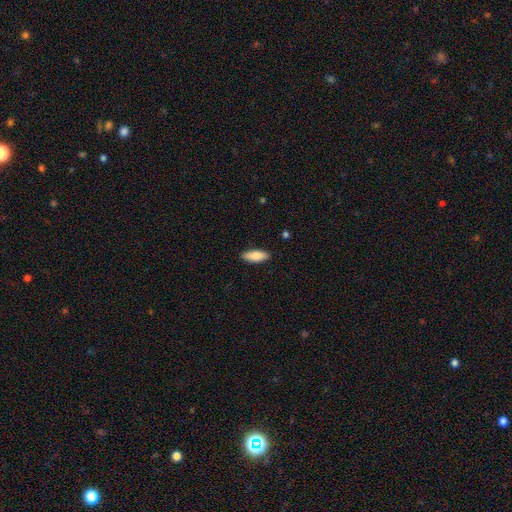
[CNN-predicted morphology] A smooth galaxy with no disk features (84%) that is in between round and cigar-shaped (75%).

Vote fractions:
- Smooth or featured? smooth: 84% / featured or disk: 10% / star or artifact: 6%
- How rounded? in between: 75% / cigar-shaped: 23% / round: 2%
- Merging? none: 89% / minor disturbance: 9% / major disturbance: 2% / merger: 1%